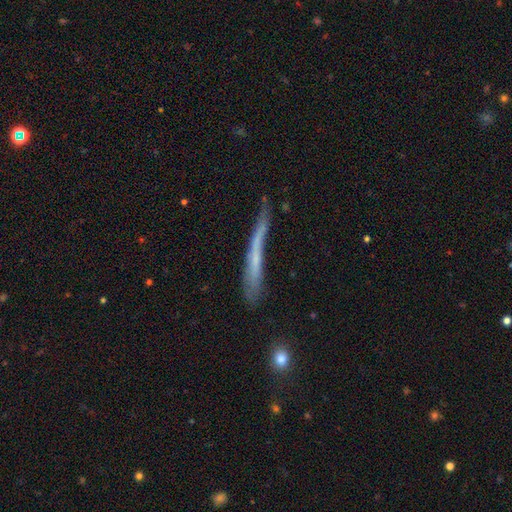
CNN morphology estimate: Smooth or featured: smooth — 47% (featured or disk — 45%)
Merging: none — 52% (minor disturbance — 29%)